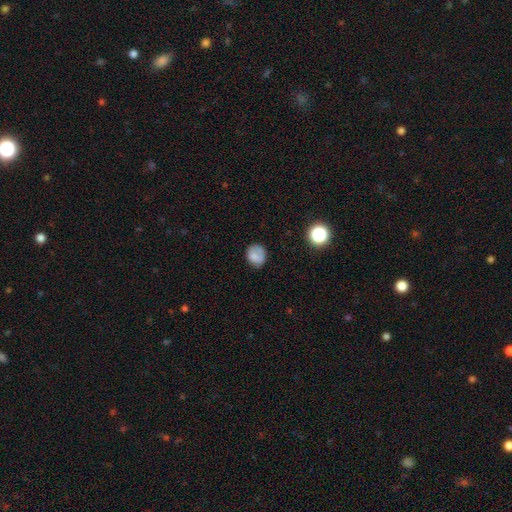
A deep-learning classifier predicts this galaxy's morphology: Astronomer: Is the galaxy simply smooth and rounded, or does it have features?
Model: smooth — 76%.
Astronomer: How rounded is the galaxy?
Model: round — 71%.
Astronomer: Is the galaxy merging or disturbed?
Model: none — 69%.